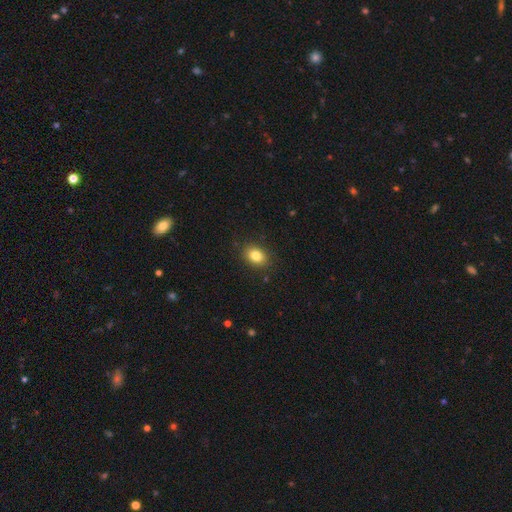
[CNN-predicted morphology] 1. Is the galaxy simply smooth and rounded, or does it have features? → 83% smooth, 10% star or artifact, 7% featured or disk.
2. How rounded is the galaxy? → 68% in between, 31% round, 1% cigar-shaped.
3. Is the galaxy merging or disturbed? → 88% none, 8% minor disturbance, 2% major disturbance, 1% merger.